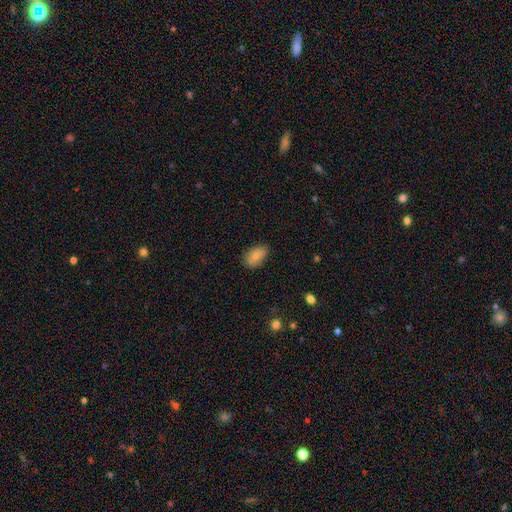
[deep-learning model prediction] smooth 78%, featured or disk 15%, star or artifact 7%. Down the decision tree: how rounded — in between (91%); merging — none (77%).